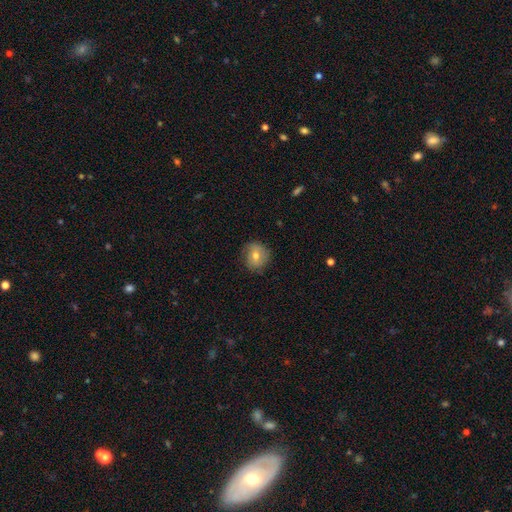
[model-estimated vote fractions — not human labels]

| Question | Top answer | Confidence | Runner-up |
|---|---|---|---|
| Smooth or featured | smooth | 68% | featured or disk (23%) |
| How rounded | round | 81% | in between (18%) |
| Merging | none | 78% | minor disturbance (16%) |